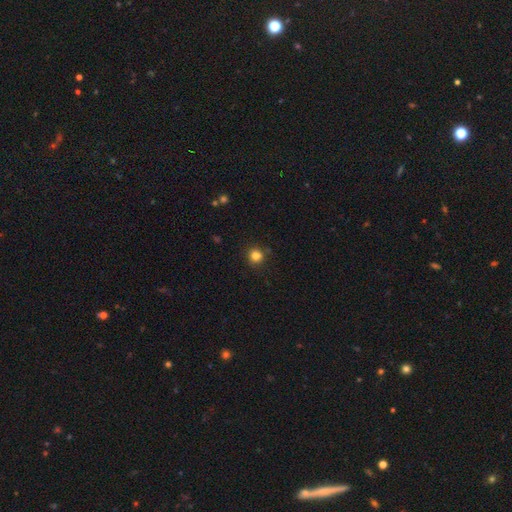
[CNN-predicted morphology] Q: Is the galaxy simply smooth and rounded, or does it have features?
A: smooth — 83%.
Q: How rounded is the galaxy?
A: round — 90%.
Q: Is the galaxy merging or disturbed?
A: none — 86%.